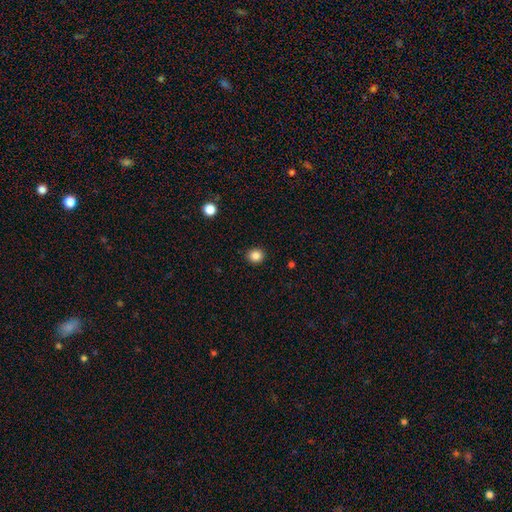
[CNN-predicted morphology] This appears to be a smooth galaxy with no disk features (85%) that is round (86%). Merging: none (92%).